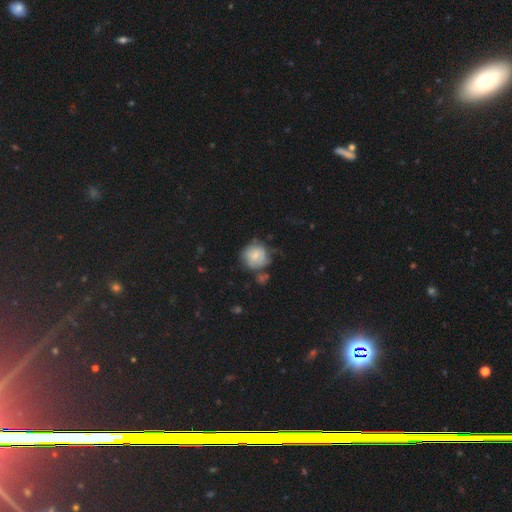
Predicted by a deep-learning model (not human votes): Smooth or featured?
  - smooth: 67% *
  - featured or disk: 24%
  - star or artifact: 9%
How rounded?
  - round: 84% *
  - in between: 15%
  - cigar-shaped: 1%
Merging?
  - none: 54% *
  - minor disturbance: 25%
  - major disturbance: 11%
  - merger: 10%